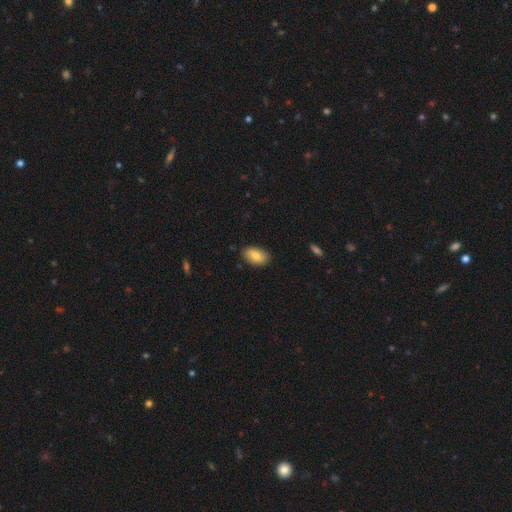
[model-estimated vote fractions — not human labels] Smooth or featured? Predicted: smooth (p=0.78). How rounded? Predicted: in between (p=0.90). Merging? Predicted: none (p=0.85).